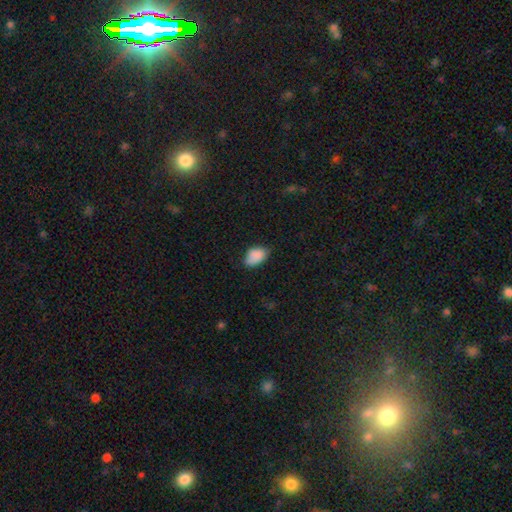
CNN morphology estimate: This appears to be a smooth galaxy with no disk features (87%) that is in between round and cigar-shaped (89%). Merging: none (62%).